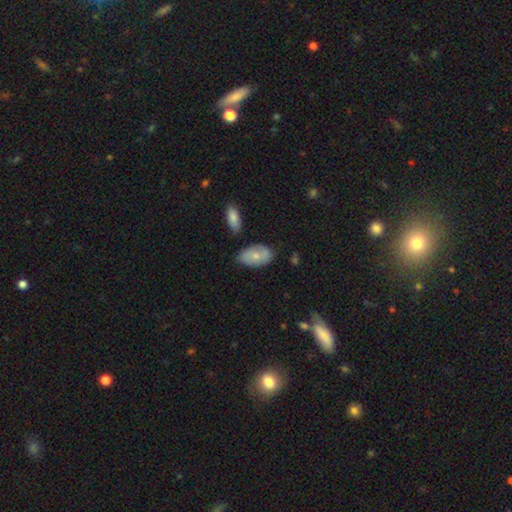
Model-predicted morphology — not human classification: Smooth or featured? Predicted: smooth (p=0.65). How rounded? Predicted: in between (p=0.92). Merging? Predicted: none (p=0.68).